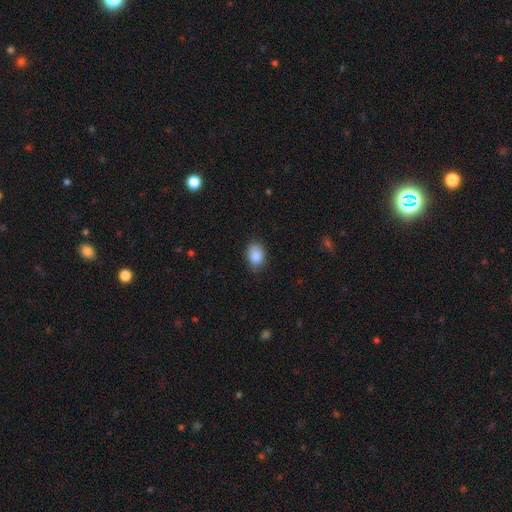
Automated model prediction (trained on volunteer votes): This is clearly a smooth galaxy (87%). How rounded: likely in between (76%). Merging: likely none (77%).